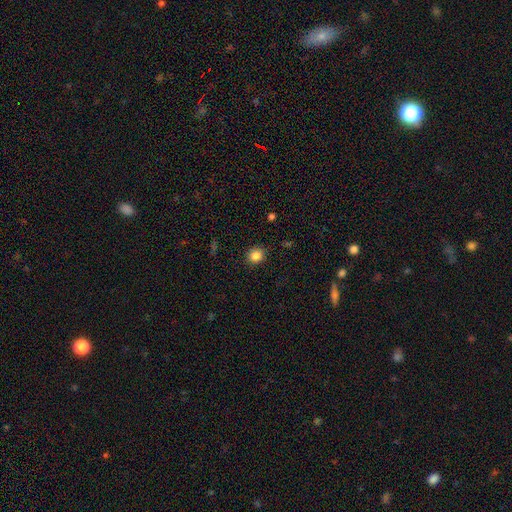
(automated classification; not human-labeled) The model was most divided on "how rounded": round: 80%, in between: 19%, cigar-shaped: 1%. More confident: merging — none (90%); smooth or featured — smooth (85%).